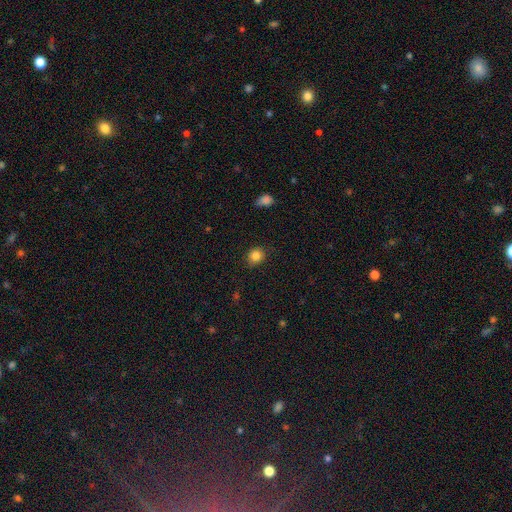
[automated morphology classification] Smooth or featured?
  - smooth: 85% *
  - star or artifact: 10%
  - featured or disk: 5%
How rounded?
  - round: 77% *
  - in between: 22%
  - cigar-shaped: 1%
Merging?
  - none: 83% *
  - minor disturbance: 13%
  - major disturbance: 3%
  - merger: 1%